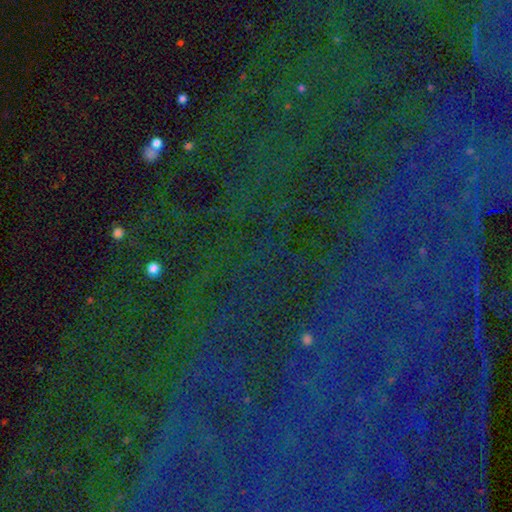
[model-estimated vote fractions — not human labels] A star or artifact, not a galaxy (83%).

Vote fractions:
- Smooth or featured? star or artifact: 83% / smooth: 9% / featured or disk: 8%